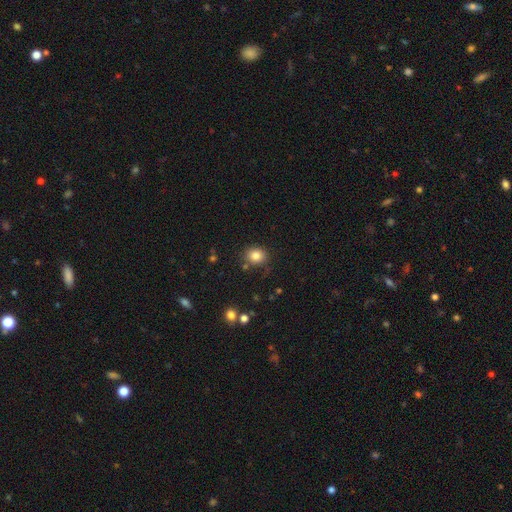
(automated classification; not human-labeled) smooth_or_featured: smooth (p=0.83) [alt: star or artifact p=0.11]
how_rounded: round (p=0.69) [alt: in between p=0.30]
merging: none (p=0.81) [alt: minor disturbance p=0.12]